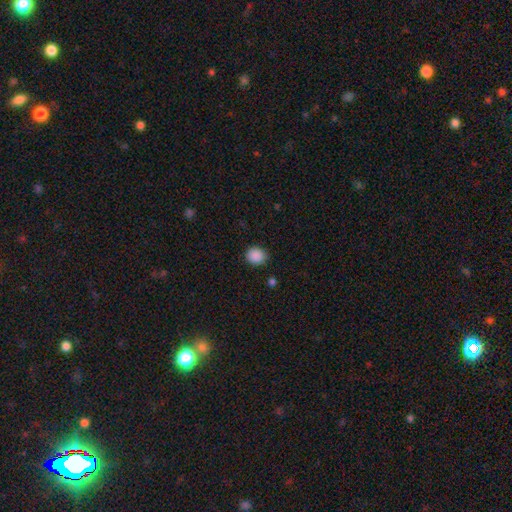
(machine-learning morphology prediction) smooth_or_featured: smooth (p=0.89) [alt: star or artifact p=0.09]
how_rounded: round (p=0.73) [alt: in between p=0.26]
merging: none (p=0.87) [alt: minor disturbance p=0.09]